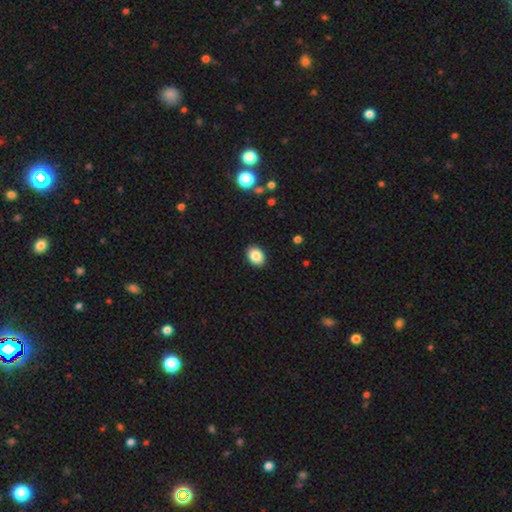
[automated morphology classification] Q: Smooth or featured?
A: smooth (86%); runner-up: star or artifact (9%)
Q: How rounded?
A: in between (66%); runner-up: round (33%)
Q: Merging?
A: none (90%); runner-up: minor disturbance (7%)